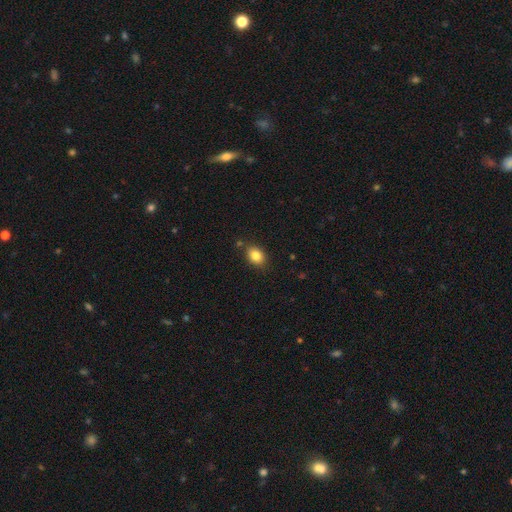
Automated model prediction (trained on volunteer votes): smooth-or-featured: smooth: 84% | star or artifact: 9% | featured or disk: 7%
  how-rounded: in between: 69% | round: 30% | cigar-shaped: 1%
  merging: none: 81% | minor disturbance: 12% | merger: 4% | major disturbance: 3%